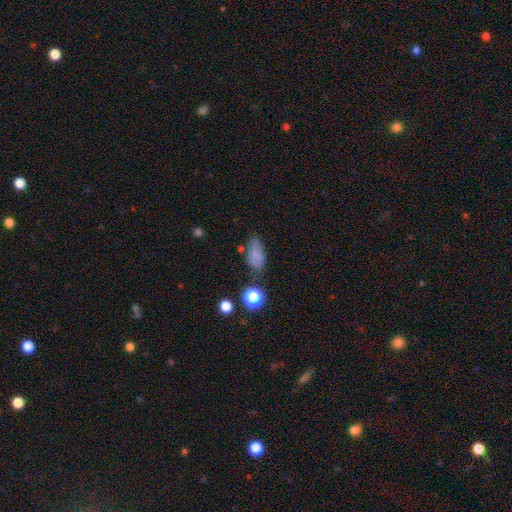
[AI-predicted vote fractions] Smooth or featured? smooth (76%)
How rounded? in between (88%)
Merging? none (63%)